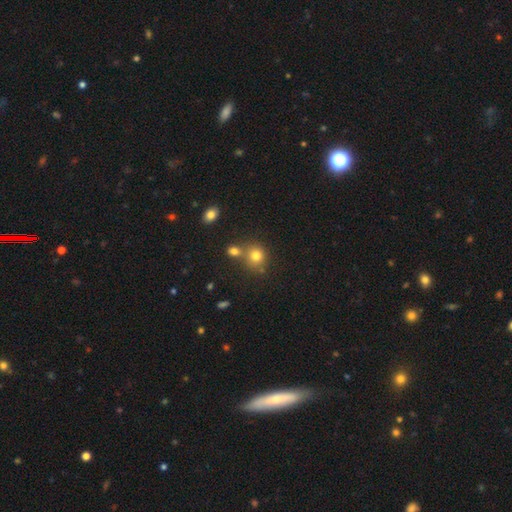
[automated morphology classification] smooth-or-featured: smooth: 78% | star or artifact: 14% | featured or disk: 9%
  how-rounded: round: 82% | in between: 17% | cigar-shaped: 1%
  merging: none: 57% | merger: 28% | minor disturbance: 11% | major disturbance: 4%